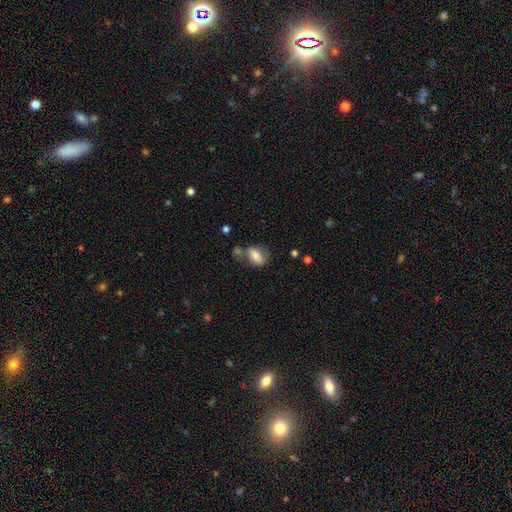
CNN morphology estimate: A smooth galaxy with no disk features (69%) that is in between round and cigar-shaped (79%).

Vote fractions:
- Smooth or featured? smooth: 69% / featured or disk: 23% / star or artifact: 8%
- How rounded? in between: 79% / round: 18% / cigar-shaped: 3%
- Merging? none: 48% / minor disturbance: 21% / merger: 21% / major disturbance: 10%